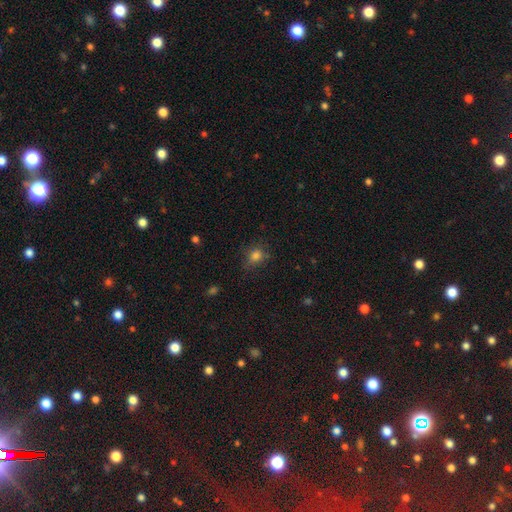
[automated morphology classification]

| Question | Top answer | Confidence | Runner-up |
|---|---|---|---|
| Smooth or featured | smooth | 79% | star or artifact (14%) |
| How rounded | round | 67% | in between (32%) |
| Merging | none | 70% | minor disturbance (21%) |